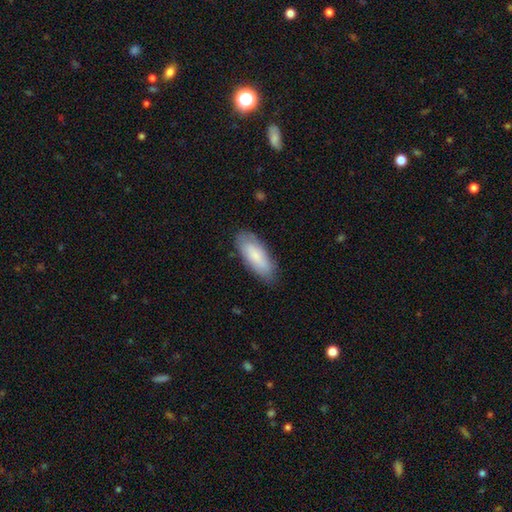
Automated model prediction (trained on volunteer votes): This appears to be a smooth galaxy with no disk features (79%) that is in between round and cigar-shaped (75%). Merging: none (81%).